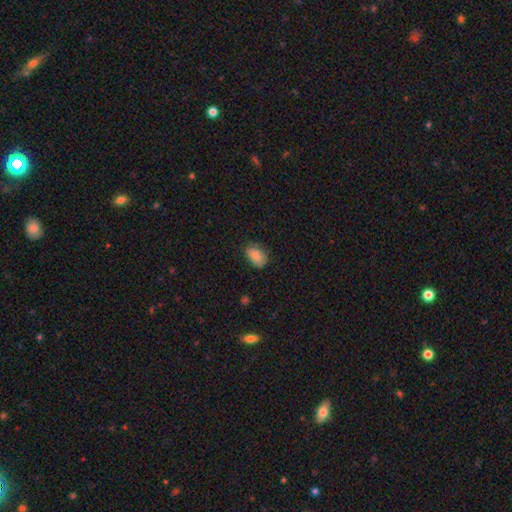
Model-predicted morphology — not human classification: Smooth or featured?
  - smooth: 86% *
  - star or artifact: 8%
  - featured or disk: 6%
How rounded?
  - in between: 85% *
  - round: 14%
  - cigar-shaped: 1%
Merging?
  - none: 72% *
  - minor disturbance: 22%
  - major disturbance: 5%
  - merger: 1%